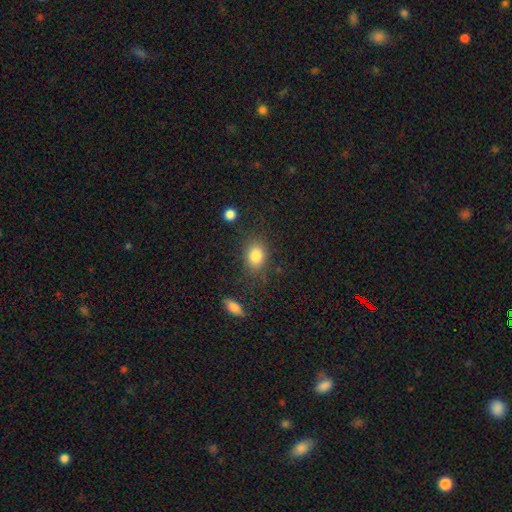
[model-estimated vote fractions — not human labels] A smooth galaxy with no disk features (83%) that is in between round and cigar-shaped (63%). Merging: none (73%).